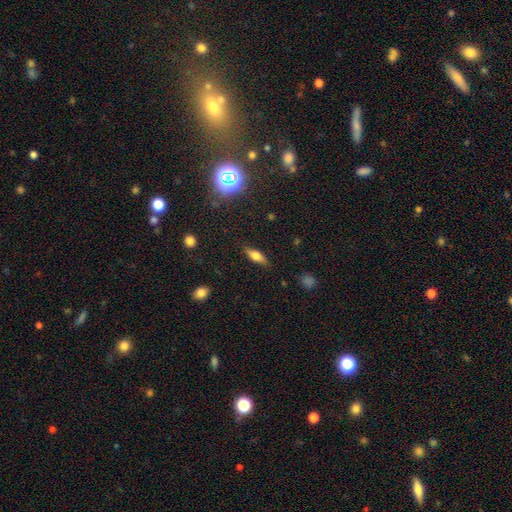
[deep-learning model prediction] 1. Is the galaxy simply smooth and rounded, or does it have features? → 61% smooth, 29% featured or disk, 10% star or artifact.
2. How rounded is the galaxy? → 59% in between, 37% cigar-shaped, 3% round.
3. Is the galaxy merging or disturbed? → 84% none, 12% minor disturbance, 3% major disturbance, 1% merger.